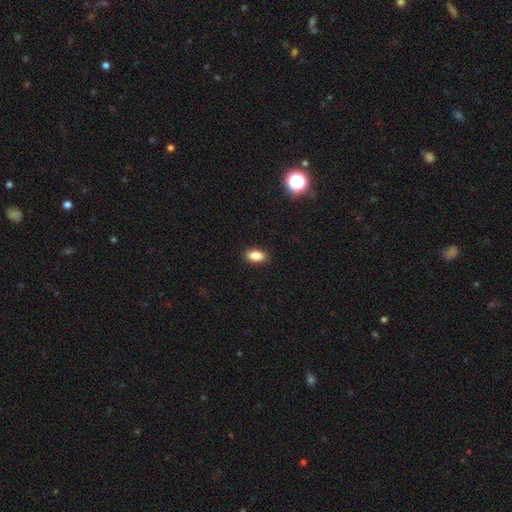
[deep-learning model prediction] Morphology: type=smooth (85%); roundness=in between (89%); merging=none (89%).